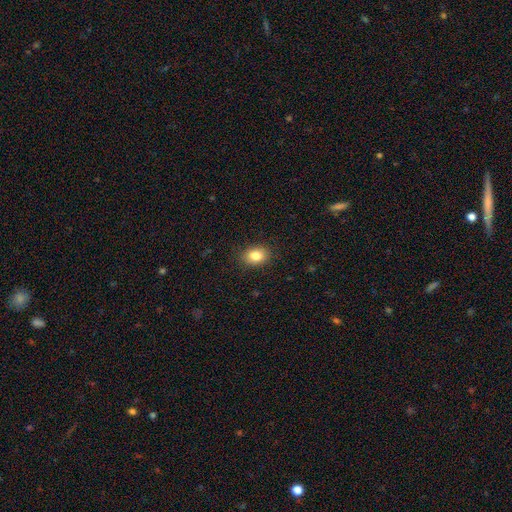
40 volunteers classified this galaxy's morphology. A smooth galaxy with no disk features (88%) that is in between round and cigar-shaped (74%).

Vote fractions:
- Smooth or featured? smooth: 88% / star or artifact: 10% / featured or disk: 2%
- How rounded? in between: 74% / round: 23% / cigar-shaped: 3%
- Merging? none: 83% / minor disturbance: 14% / major disturbance: 3% / merger: 0%